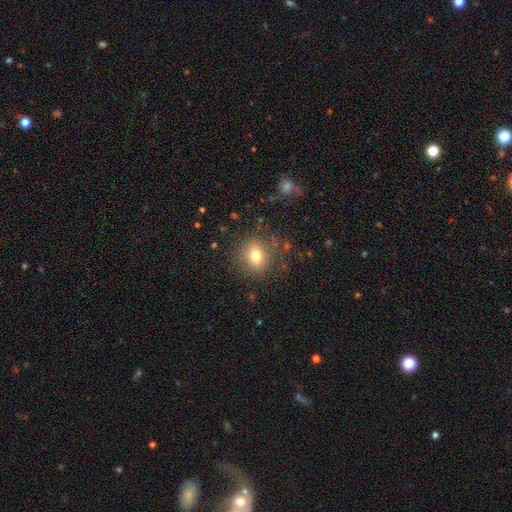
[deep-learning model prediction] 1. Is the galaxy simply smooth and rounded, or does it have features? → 74% smooth, 14% star or artifact, 12% featured or disk.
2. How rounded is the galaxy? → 71% round, 28% in between, 1% cigar-shaped.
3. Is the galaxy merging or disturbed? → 83% none, 11% minor disturbance, 4% major disturbance, 2% merger.